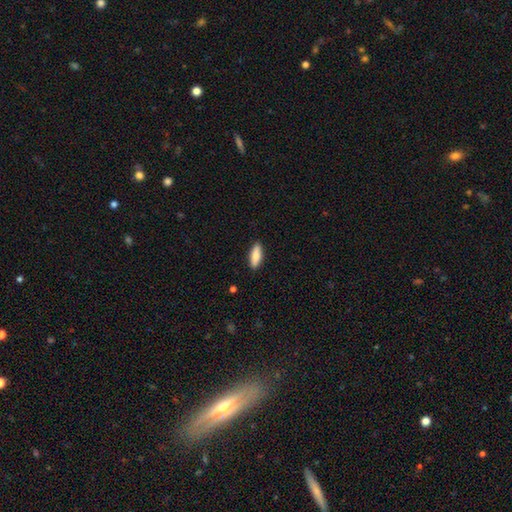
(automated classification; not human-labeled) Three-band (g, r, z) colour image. It shows a smooth galaxy with no disk features (82%) that is in between round and cigar-shaped (57%). Merging: none (89%).